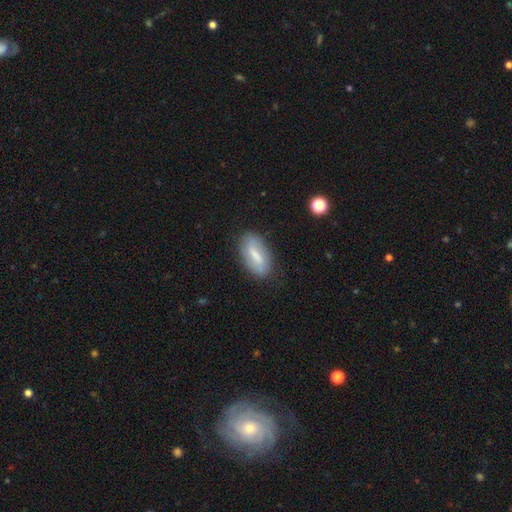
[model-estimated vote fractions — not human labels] A smooth galaxy with no disk features (49%).

Vote fractions:
- Smooth or featured? smooth: 49% / featured or disk: 43% / star or artifact: 7%
- Merging? none: 81% / minor disturbance: 14% / major disturbance: 3% / merger: 1%